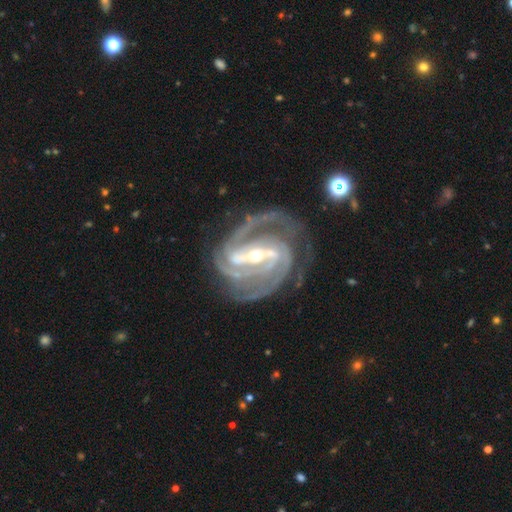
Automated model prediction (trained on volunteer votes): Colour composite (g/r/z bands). It shows a featured or disk galaxy (93%) with a strong bar (75%), 2 (35%, tied with 3) tight (54%) spiral arms (98%) and a small central bulge (64%). Merging: none (69%).